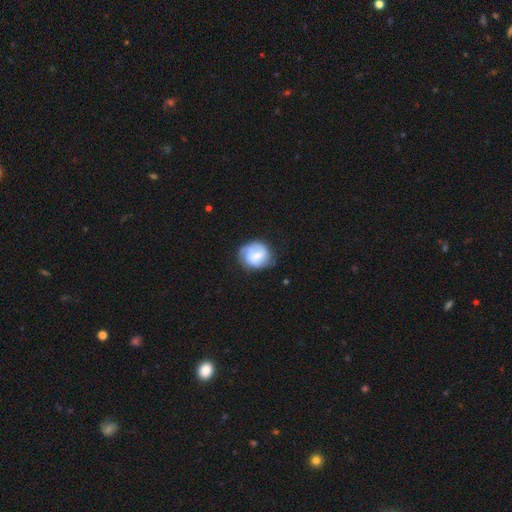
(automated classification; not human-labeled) This is possibly a featured or disk galaxy (48%). Merging: possibly none (60%).